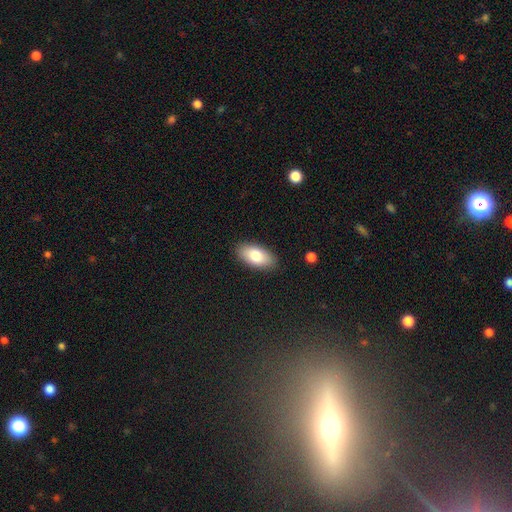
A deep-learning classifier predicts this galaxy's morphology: Overall: smooth (80%). How rounded: in between (93%). Merging: none (88%).